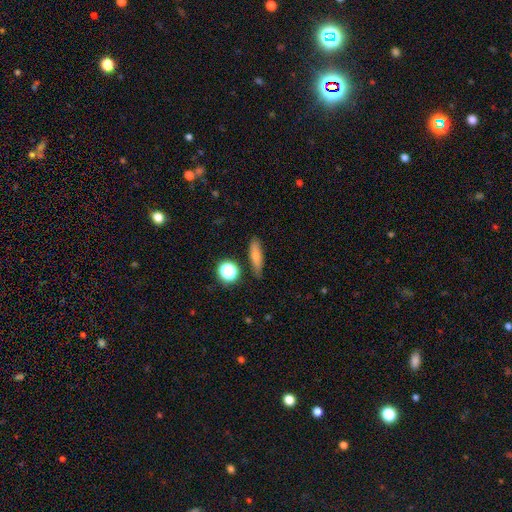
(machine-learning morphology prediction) Q: Smooth or featured?
A: smooth (73%); runner-up: featured or disk (16%)
Q: How rounded?
A: cigar-shaped (63%); runner-up: in between (29%)
Q: Merging?
A: none (79%); runner-up: minor disturbance (14%)